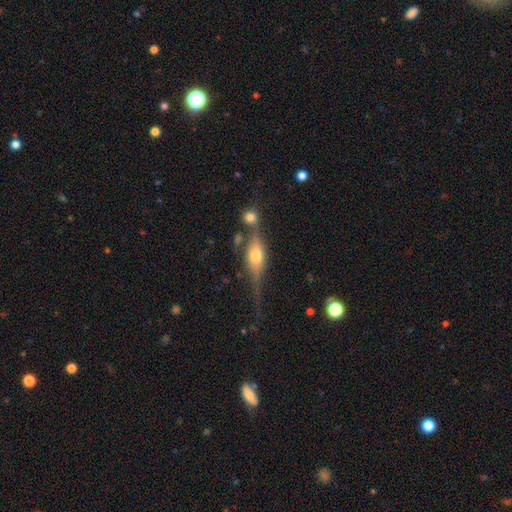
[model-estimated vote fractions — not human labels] The model was most divided on "merging": none: 58%, minor disturbance: 19%, merger: 14%, major disturbance: 10%. More confident: edge-on disk — yes (91%); edge-on bulge — rounded (90%); smooth or featured — featured or disk (68%).